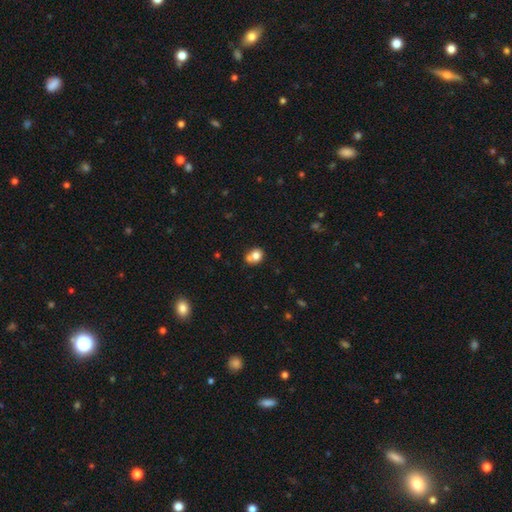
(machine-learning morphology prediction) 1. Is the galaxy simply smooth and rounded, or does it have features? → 75% smooth, 15% featured or disk, 10% star or artifact.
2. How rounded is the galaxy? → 61% round, 38% in between, 1% cigar-shaped.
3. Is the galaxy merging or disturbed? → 44% none, 37% merger, 14% minor disturbance, 5% major disturbance.